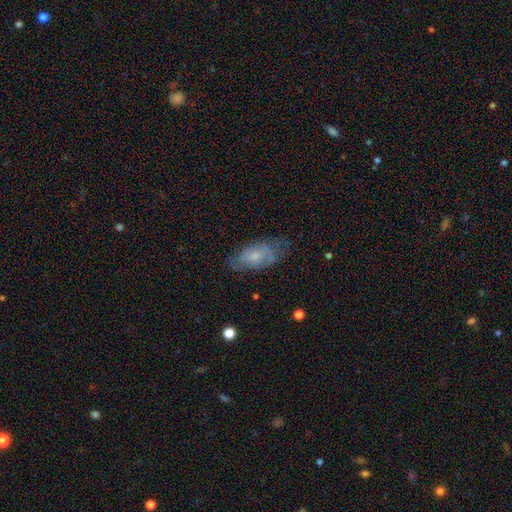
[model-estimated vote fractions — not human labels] smooth 47%, featured or disk 46%, star or artifact 8%. Down the decision tree: merging — none (61%).